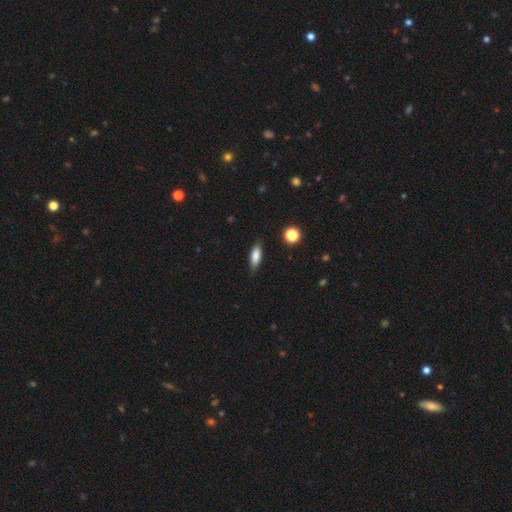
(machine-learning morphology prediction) Smooth or featured? smooth (81%)
How rounded? in between (63%)
Merging? none (83%)